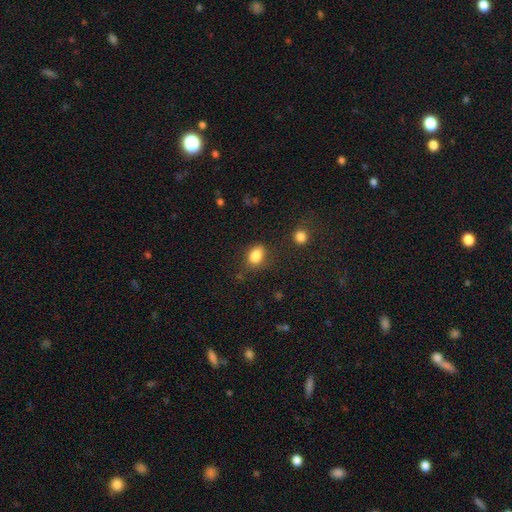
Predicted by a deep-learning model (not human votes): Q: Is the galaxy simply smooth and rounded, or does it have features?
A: smooth — 85%.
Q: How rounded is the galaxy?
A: in between — 77%.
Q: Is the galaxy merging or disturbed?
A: none — 73%.